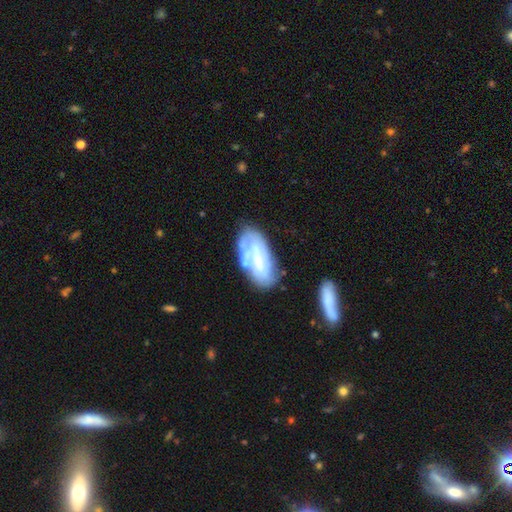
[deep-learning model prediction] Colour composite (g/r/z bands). It shows a featured or disk galaxy (53%). Merging: none (55%).